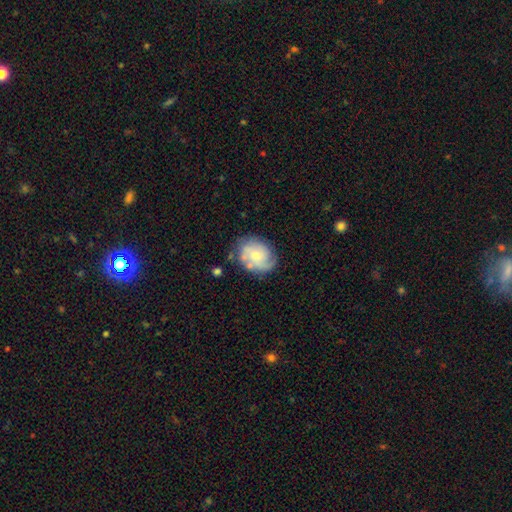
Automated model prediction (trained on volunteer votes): A featured or disk galaxy (59%) with no bar (72%), spiral arms (85%) and a small central bulge (54%).

Vote fractions:
- Smooth or featured? featured or disk: 59% / smooth: 35% / star or artifact: 7%
- Edge-on disk? no: 97% / yes: 3%
- Bar? no: 72% / weak: 24% / strong: 3%
- Spiral arms? yes: 85% / no: 15%
- Bulge size? small: 54% / moderate: 35% / none: 6% / large: 3% / dominant: 1%
- Merging? none: 65% / minor disturbance: 21% / major disturbance: 9% / merger: 5%